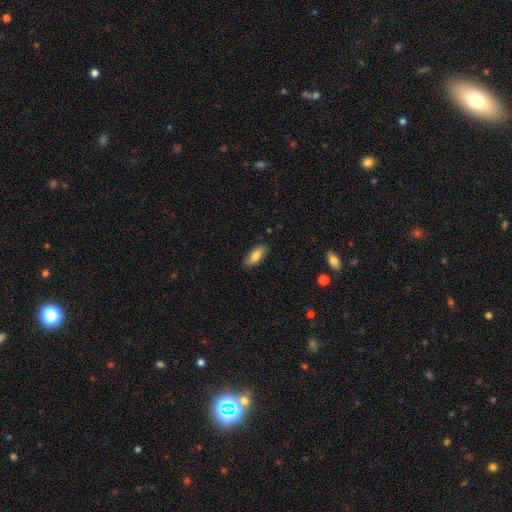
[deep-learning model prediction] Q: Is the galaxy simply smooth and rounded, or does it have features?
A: smooth — 81%.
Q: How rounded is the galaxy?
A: in between — 85%.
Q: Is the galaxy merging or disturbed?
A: none — 84%.